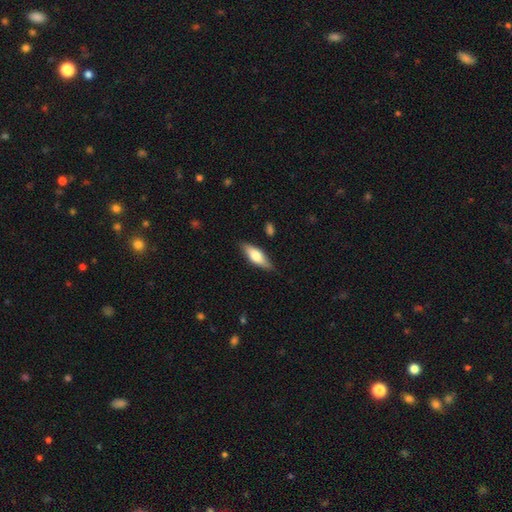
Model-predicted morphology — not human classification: This appears to be a smooth galaxy with no disk features (61%) that is in between round and cigar-shaped (61%). Merging: none (80%).